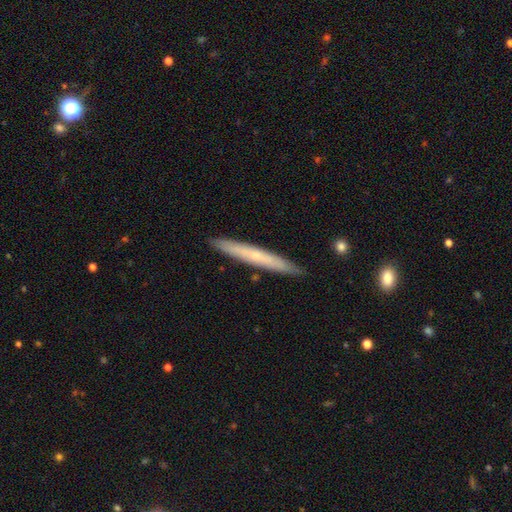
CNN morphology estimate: smooth_or_featured: featured or disk (p=0.50) [alt: smooth p=0.44]
merging: none (p=0.90) [alt: minor disturbance p=0.08]